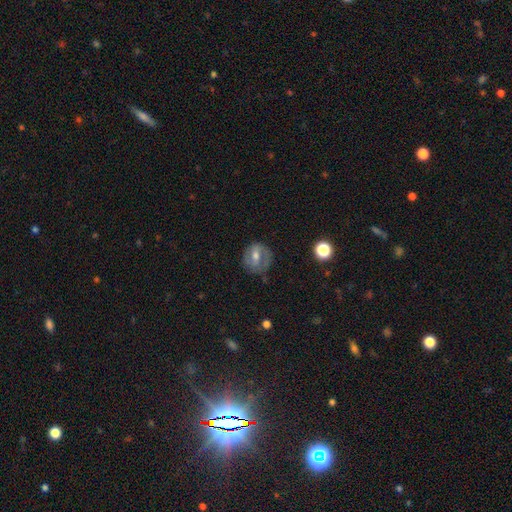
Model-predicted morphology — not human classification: A featured or disk galaxy (61%) with a weak bar (47%), spiral arms (74%) and a moderate central bulge (64%).

Vote fractions:
- Smooth or featured? featured or disk: 61% / smooth: 30% / star or artifact: 9%
- Edge-on disk? no: 96% / yes: 4%
- Bar? weak: 47% / strong: 27% / no: 25%
- Spiral arms? yes: 74% / no: 26%
- Bulge size? moderate: 64% / small: 28% / large: 5% / none: 3% / dominant: 1%
- Merging? none: 68% / minor disturbance: 20% / major disturbance: 10% / merger: 2%